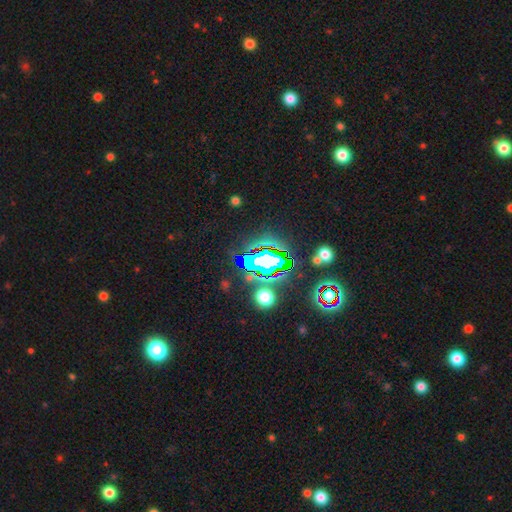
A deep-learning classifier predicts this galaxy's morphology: star or artifact 73%, smooth 15%, featured or disk 12%.